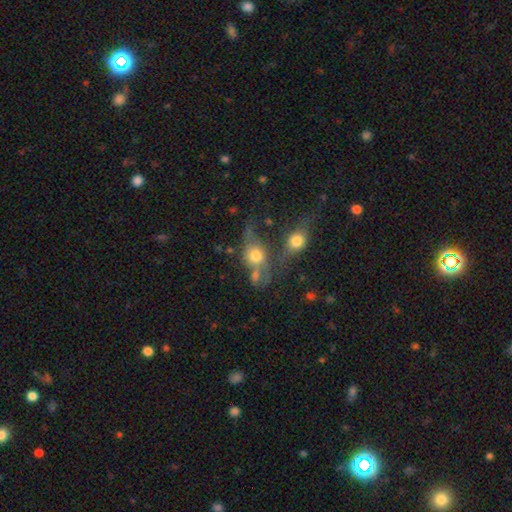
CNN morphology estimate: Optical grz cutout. It shows a smooth galaxy with no disk features (59%) that is in between round and cigar-shaped (49%). Merging: merger (47%).